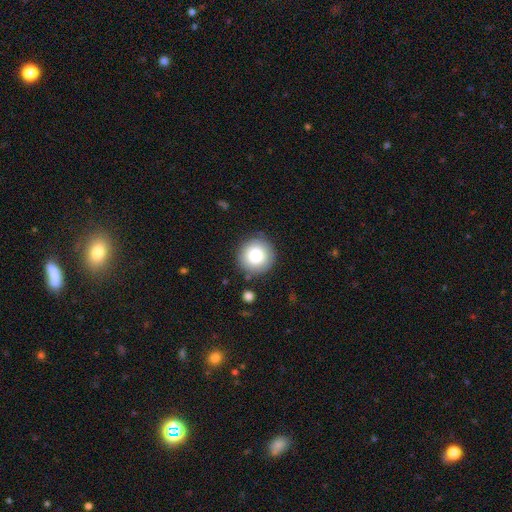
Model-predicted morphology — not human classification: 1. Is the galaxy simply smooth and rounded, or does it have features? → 81% smooth, 11% featured or disk, 9% star or artifact.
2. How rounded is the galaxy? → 94% round, 5% in between, 1% cigar-shaped.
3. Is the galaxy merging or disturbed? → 85% none, 10% minor disturbance, 3% major disturbance, 2% merger.